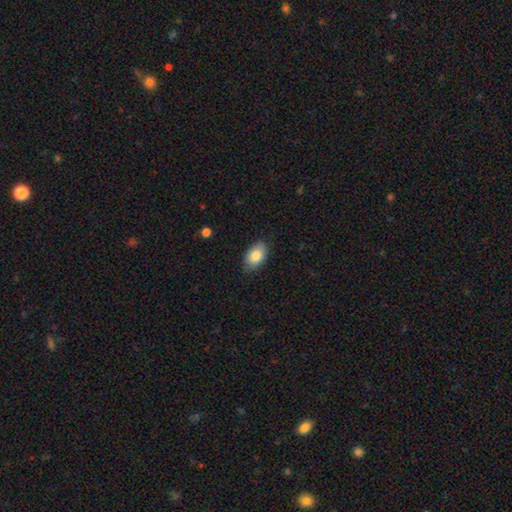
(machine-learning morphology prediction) A smooth galaxy with no disk features (83%) that is in between round and cigar-shaped (92%). Merging: none (83%).